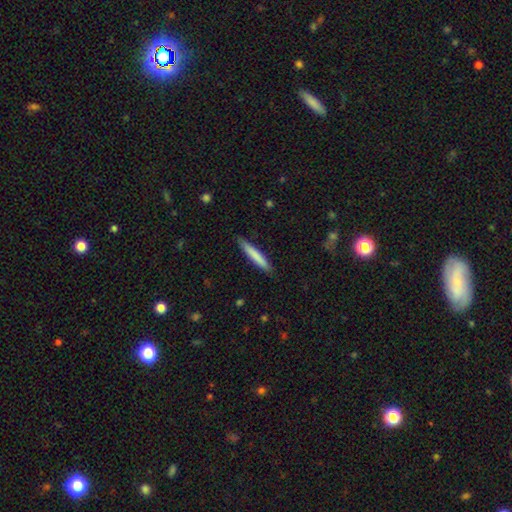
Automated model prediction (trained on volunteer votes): A smooth galaxy with no disk features (76%) that is cigar-shaped (94%).

Vote fractions:
- Smooth or featured? smooth: 76% / featured or disk: 18% / star or artifact: 6%
- How rounded? cigar-shaped: 94% / in between: 5% / round: 1%
- Merging? none: 87% / minor disturbance: 10% / major disturbance: 2% / merger: 1%